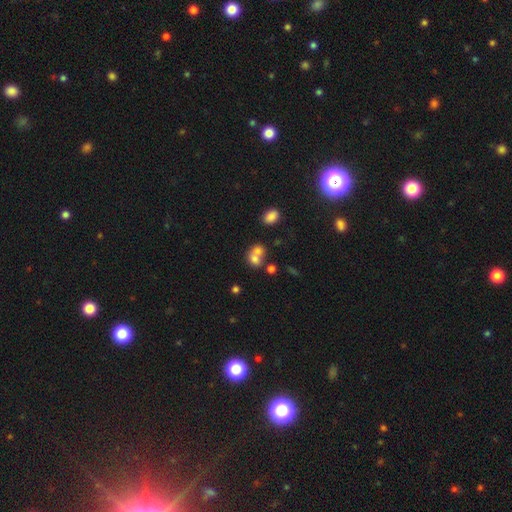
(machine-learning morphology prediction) Q: Smooth or featured?
A: smooth (70%); runner-up: featured or disk (18%)
Q: How rounded?
A: round (54%); runner-up: in between (44%)
Q: Merging?
A: merger (63%); runner-up: none (26%)